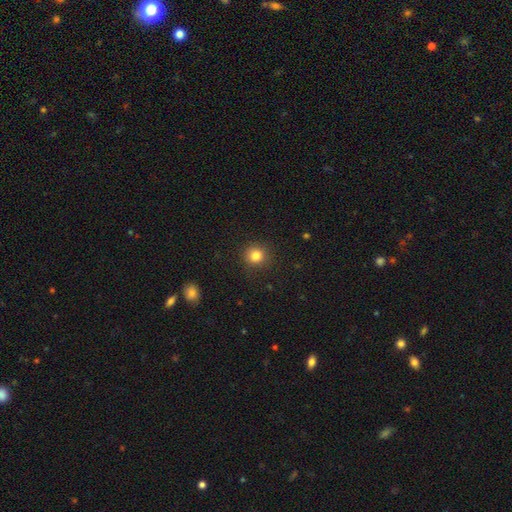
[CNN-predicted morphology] type=smooth (82%); roundness=round (92%); merging=none (89%).